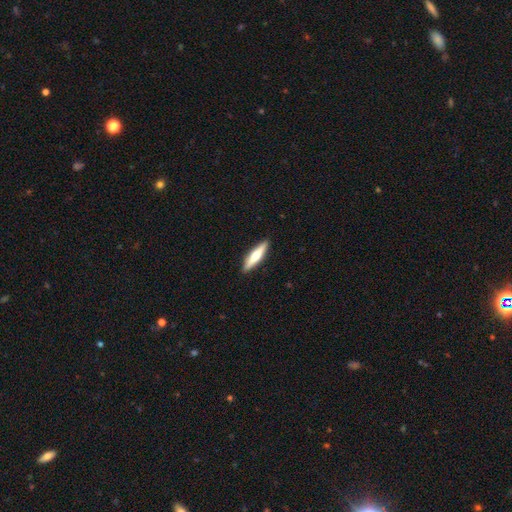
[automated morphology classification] This is possibly a smooth galaxy (52%). How rounded: clearly cigar-shaped (81%). Merging: clearly none (91%).